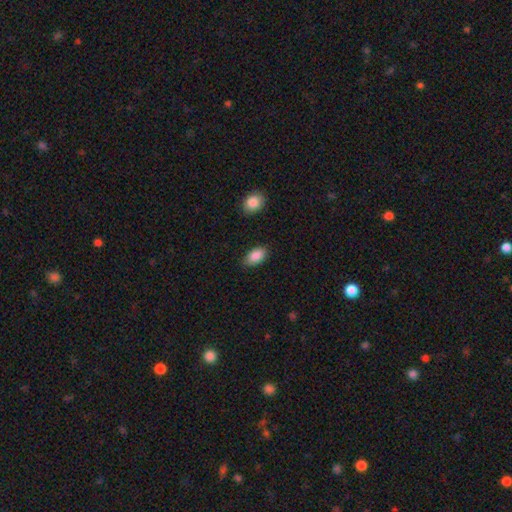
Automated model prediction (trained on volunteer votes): Morphology: type=smooth (88%); roundness=in between (94%); merging=none (82%).